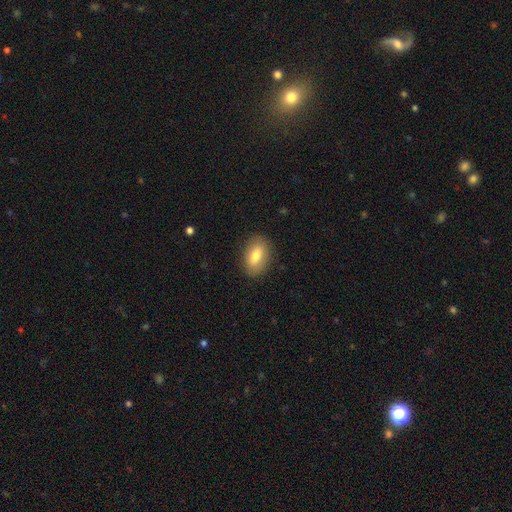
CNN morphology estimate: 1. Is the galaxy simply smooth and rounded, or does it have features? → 75% smooth, 18% featured or disk, 7% star or artifact.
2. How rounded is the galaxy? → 89% in between, 8% round, 3% cigar-shaped.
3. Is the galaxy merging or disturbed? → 87% none, 10% minor disturbance, 3% major disturbance, 1% merger.